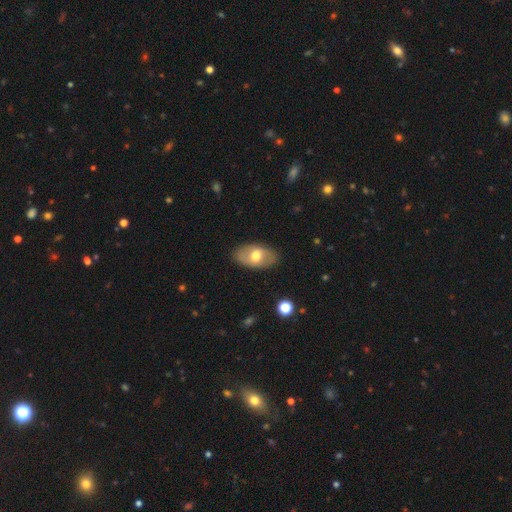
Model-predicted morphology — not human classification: Overall: smooth (57%; featured or disk 37%). How rounded: in between (92%). Merging: none (85%).